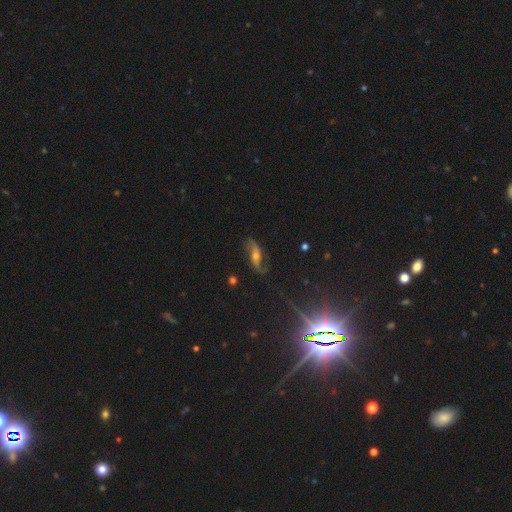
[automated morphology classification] Smooth or featured?
  - featured or disk: 73% *
  - star or artifact: 15%
  - smooth: 13%
Edge-on disk?
  - no: 86% *
  - yes: 14%
Bar?
  - no: 45% *
  - weak: 34%
  - strong: 21%
Spiral arms?
  - yes: 93% *
  - no: 7%
Spiral winding?
  - loose: 68% *
  - medium: 23%
  - tight: 9%
Spiral arm count?
  - 2: 91% *
  - can't tell: 4%
  - 1: 2%
  - 3: 1%
  - 4: 1%
  - more than 4: 1%
Bulge size?
  - moderate: 58% *
  - small: 31%
  - large: 6%
  - none: 3%
  - dominant: 2%
Merging?
  - none: 76% *
  - minor disturbance: 15%
  - major disturbance: 7%
  - merger: 2%